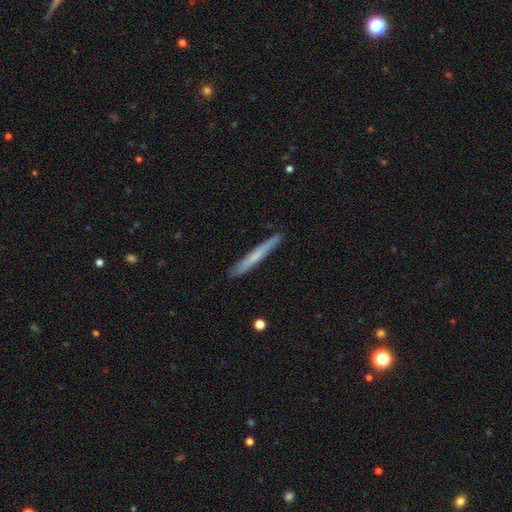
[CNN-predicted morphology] A smooth galaxy with no disk features (58%) that is cigar-shaped (97%).

Vote fractions:
- Smooth or featured? smooth: 58% / featured or disk: 36% / star or artifact: 6%
- How rounded? cigar-shaped: 97% / in between: 2% / round: 1%
- Merging? none: 90% / minor disturbance: 7% / major disturbance: 1% / merger: 1%